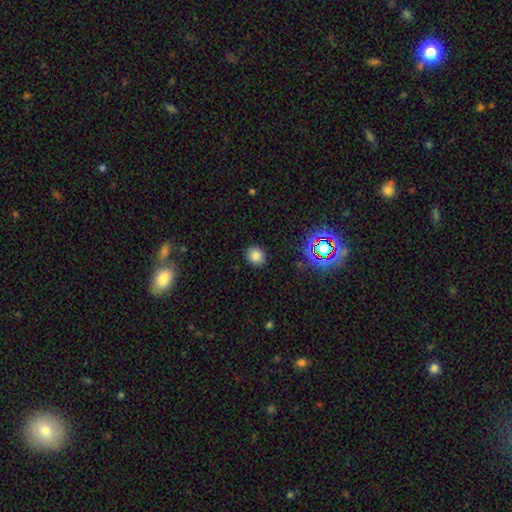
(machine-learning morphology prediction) smooth-or-featured: smooth: 80% | star or artifact: 15% | featured or disk: 6%
  how-rounded: round: 77% | in between: 22% | cigar-shaped: 1%
  merging: none: 89% | minor disturbance: 8% | major disturbance: 2% | merger: 1%